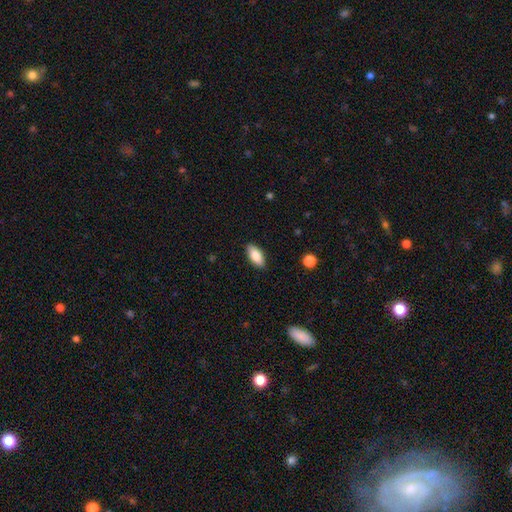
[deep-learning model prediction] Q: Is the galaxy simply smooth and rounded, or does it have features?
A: smooth — 84%.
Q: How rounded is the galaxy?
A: in between — 88%.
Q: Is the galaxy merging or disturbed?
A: none — 88%.